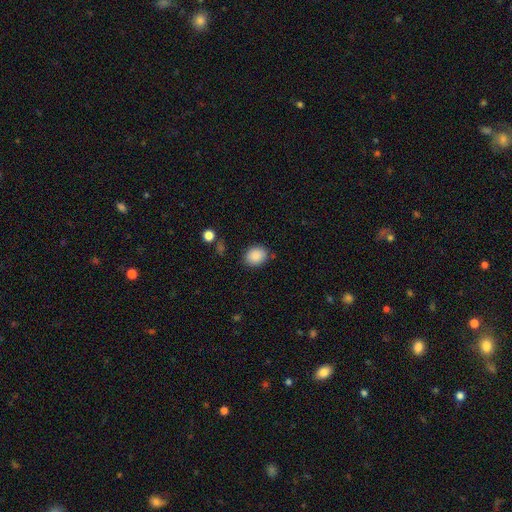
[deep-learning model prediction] Morphology: type=smooth (88%); roundness=round (54%); merging=none (82%).